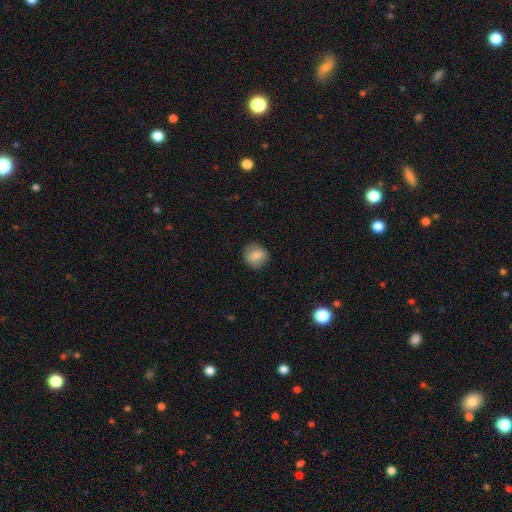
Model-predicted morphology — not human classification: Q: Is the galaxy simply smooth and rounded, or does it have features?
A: smooth — 80%.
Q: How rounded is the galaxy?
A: round — 83%.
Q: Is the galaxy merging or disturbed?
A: none — 85%.